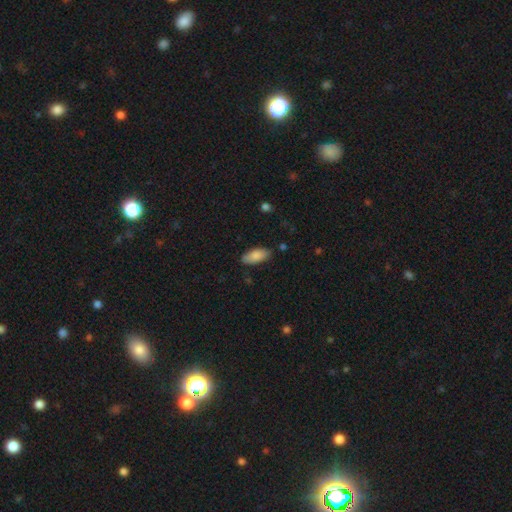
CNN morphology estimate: Overall: smooth (85%). How rounded: in between (88%). Merging: none (83%).